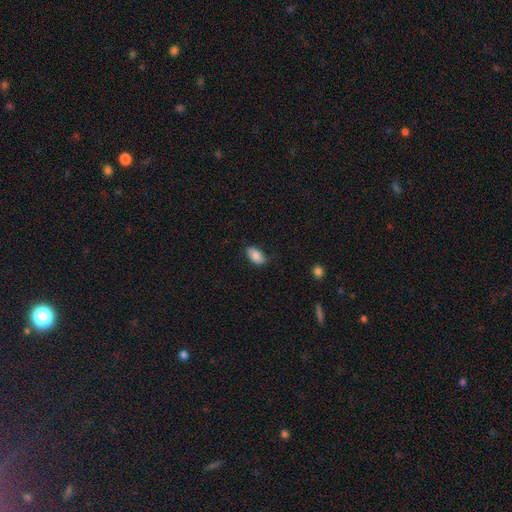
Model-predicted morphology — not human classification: This appears to be a smooth galaxy with no disk features (81%) that is in between round and cigar-shaped (93%). Merging: none (73%).